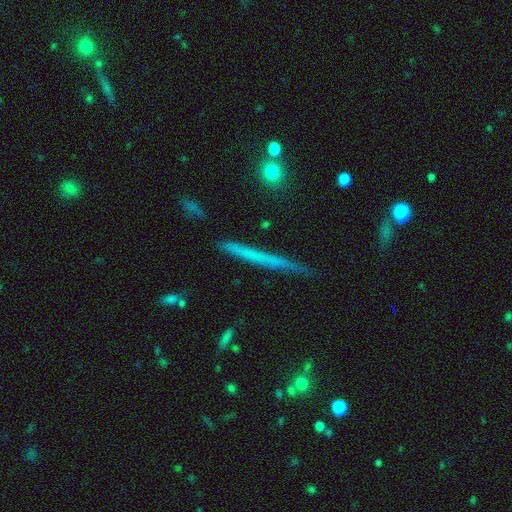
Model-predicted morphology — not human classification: Overall: featured or disk (46%; smooth 45%). Merging: none (87%).